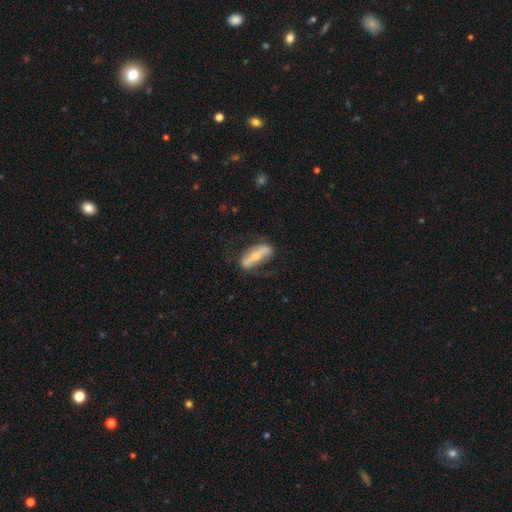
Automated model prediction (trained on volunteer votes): Overall: featured or disk (58%; smooth 36%). Edge-on disk: no (62%; yes 38%). Merging: none (68%).